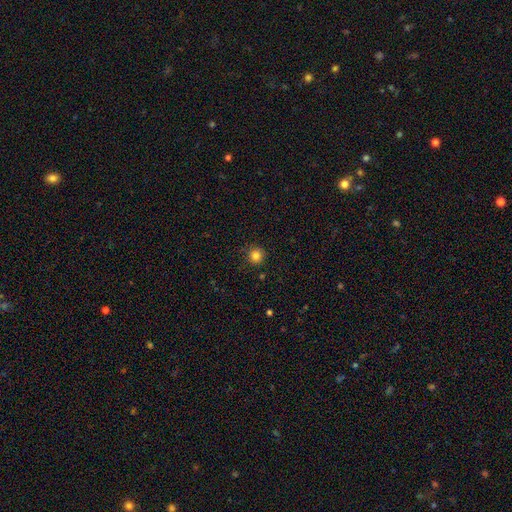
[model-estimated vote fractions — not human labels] Q: Smooth or featured?
A: smooth (82%); runner-up: star or artifact (13%)
Q: How rounded?
A: round (94%); runner-up: in between (5%)
Q: Merging?
A: none (89%); runner-up: minor disturbance (8%)